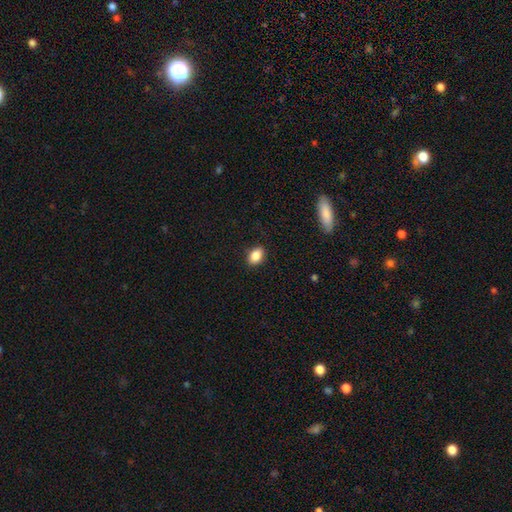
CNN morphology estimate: A smooth galaxy with no disk features (86%) that is in between round and cigar-shaped (81%).

Vote fractions:
- Smooth or featured? smooth: 86% / star or artifact: 9% / featured or disk: 5%
- How rounded? in between: 81% / round: 17% / cigar-shaped: 2%
- Merging? none: 88% / minor disturbance: 9% / major disturbance: 2% / merger: 1%